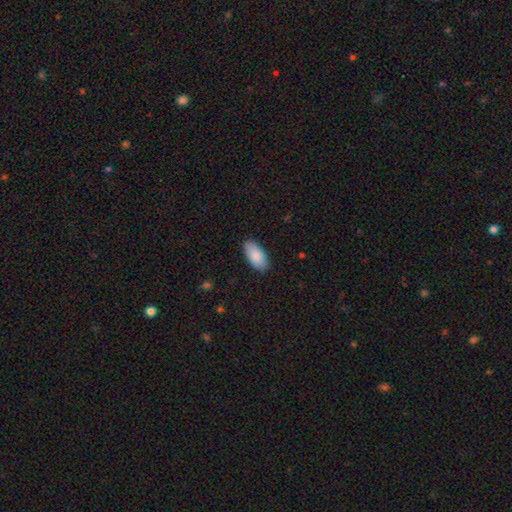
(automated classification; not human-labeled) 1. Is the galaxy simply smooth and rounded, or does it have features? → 88% smooth, 6% star or artifact, 6% featured or disk.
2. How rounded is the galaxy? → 94% in between, 4% cigar-shaped, 2% round.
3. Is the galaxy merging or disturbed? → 87% none, 10% minor disturbance, 2% major disturbance, 1% merger.